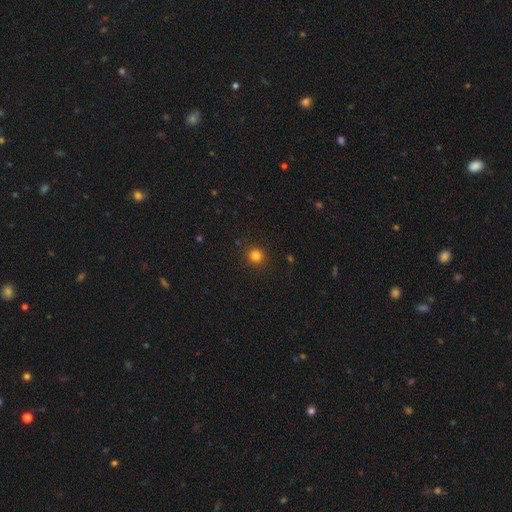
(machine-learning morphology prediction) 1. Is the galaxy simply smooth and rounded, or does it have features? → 82% smooth, 14% star or artifact, 5% featured or disk.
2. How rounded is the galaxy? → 93% round, 6% in between, 1% cigar-shaped.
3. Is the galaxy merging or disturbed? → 91% none, 6% minor disturbance, 2% major disturbance, 1% merger.